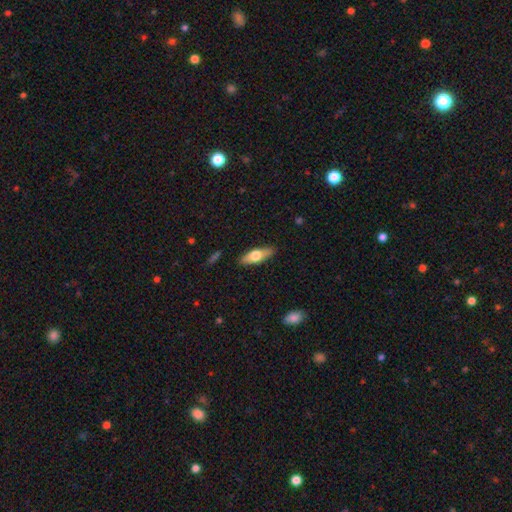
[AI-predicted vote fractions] This is possibly a smooth galaxy (55%). How rounded: likely in between (62%). Merging: clearly none (86%).